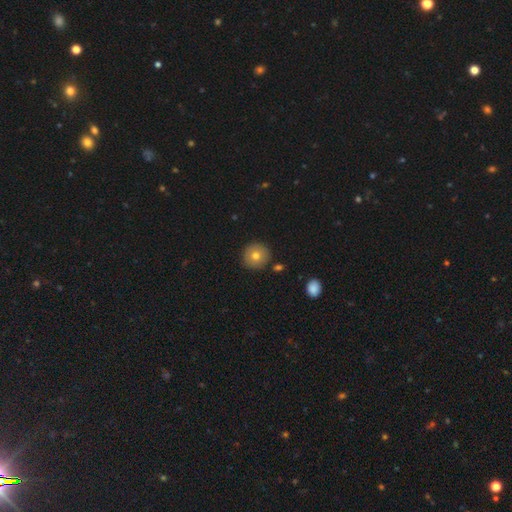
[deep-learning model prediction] smooth_or_featured: smooth (p=0.75) [alt: featured or disk p=0.16]
how_rounded: round (p=0.94) [alt: in between p=0.05]
merging: none (p=0.89) [alt: minor disturbance p=0.07]